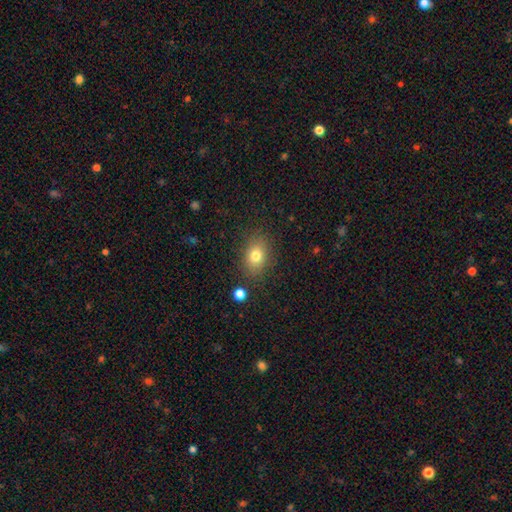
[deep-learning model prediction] A smooth galaxy with no disk features (78%) that is in between round and cigar-shaped (71%). Merging: none (83%).